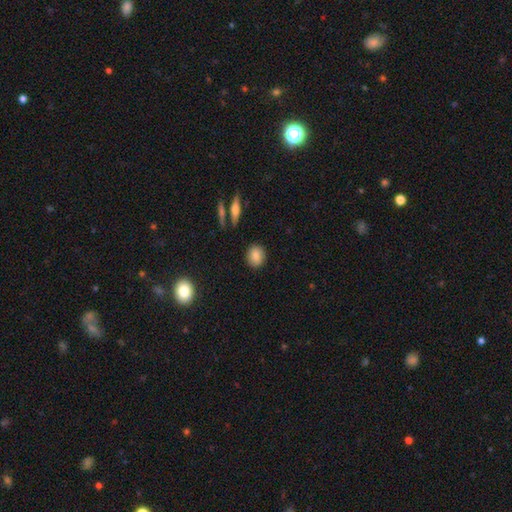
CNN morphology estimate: Overall: smooth (84%). How rounded: round (68%; in between 31%). Merging: none (89%).